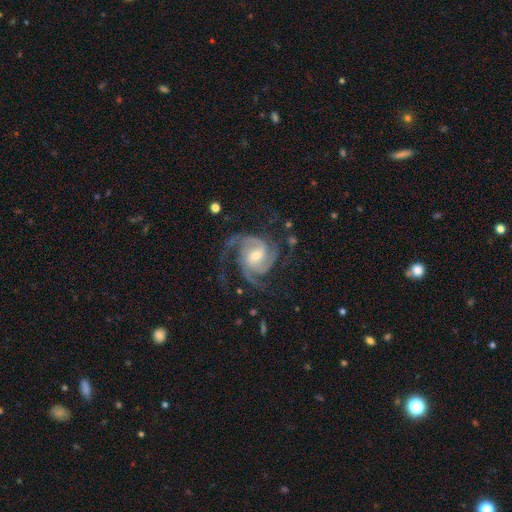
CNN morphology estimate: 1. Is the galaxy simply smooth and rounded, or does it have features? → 92% featured or disk, 4% star or artifact, 4% smooth.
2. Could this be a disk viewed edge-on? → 98% no, 2% yes.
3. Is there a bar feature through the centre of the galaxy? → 43% weak, 38% no, 19% strong.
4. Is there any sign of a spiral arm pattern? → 98% yes, 2% no.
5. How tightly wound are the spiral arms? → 53% medium, 36% tight, 12% loose.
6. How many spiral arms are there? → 48% 3, 30% 2, 8% 4, 7% can't tell, 4% 1, 4% more than 4.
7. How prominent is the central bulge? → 51% small, 44% moderate, 3% large, 1% none, 1% dominant.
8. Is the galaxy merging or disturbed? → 67% none, 16% minor disturbance, 15% major disturbance, 2% merger.